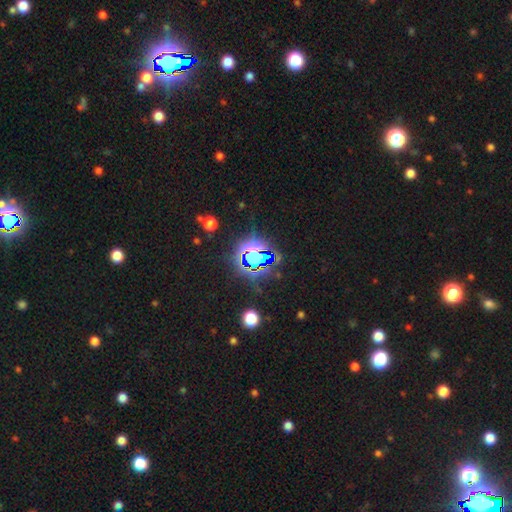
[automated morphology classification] smooth_or_featured: star or artifact (p=0.74) [alt: smooth p=0.16]